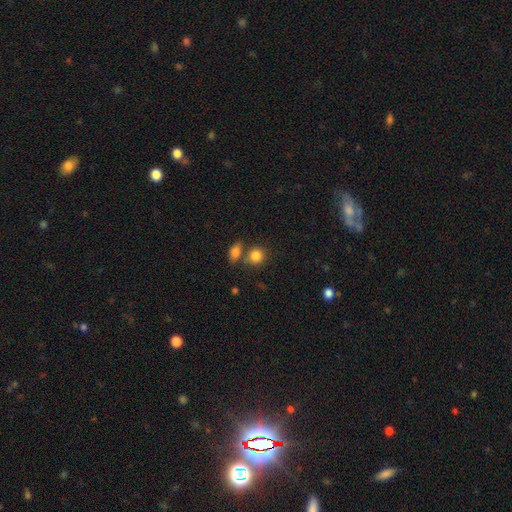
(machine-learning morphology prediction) A smooth galaxy with no disk features (84%) that is round (72%). Merging: none (56%).